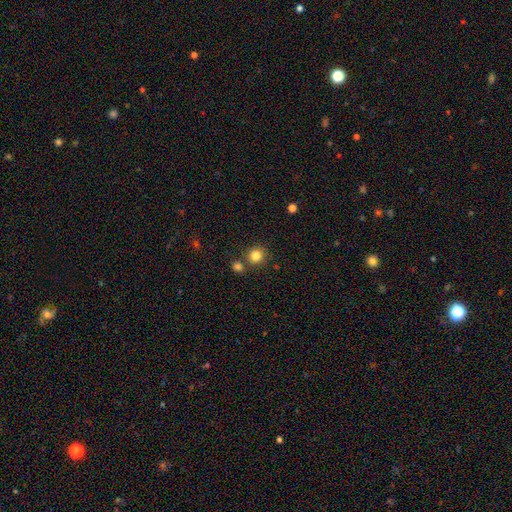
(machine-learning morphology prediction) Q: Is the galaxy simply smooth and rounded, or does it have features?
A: smooth — 83%.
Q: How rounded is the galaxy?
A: round — 88%.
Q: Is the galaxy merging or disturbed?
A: none — 74%.